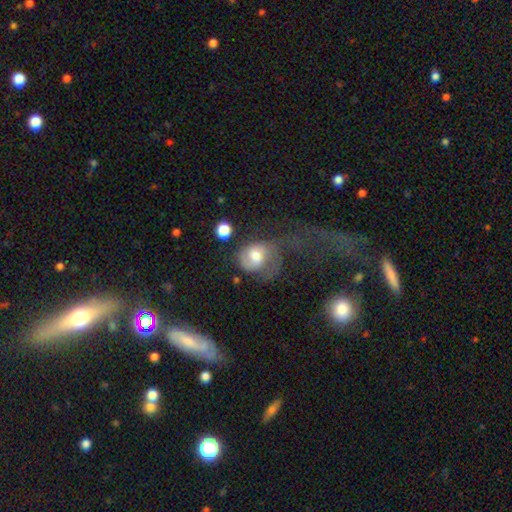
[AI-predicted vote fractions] The model was most divided on "smooth or featured": smooth: 49%, featured or disk: 42%, star or artifact: 8%. More confident: merging — major disturbance (52%).